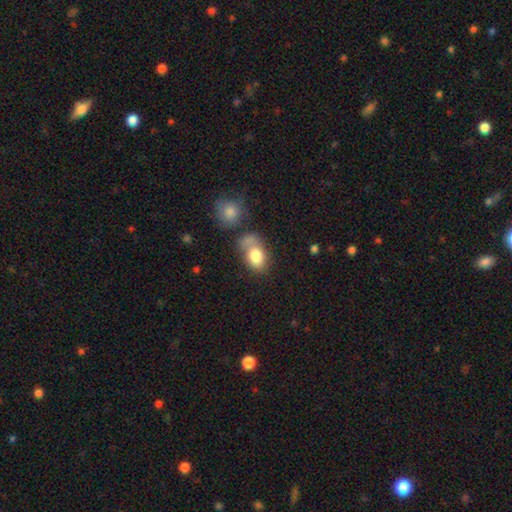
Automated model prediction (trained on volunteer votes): Q: Smooth or featured?
A: smooth (81%); runner-up: featured or disk (11%)
Q: How rounded?
A: in between (76%); runner-up: round (22%)
Q: Merging?
A: none (37%); runner-up: merger (34%)